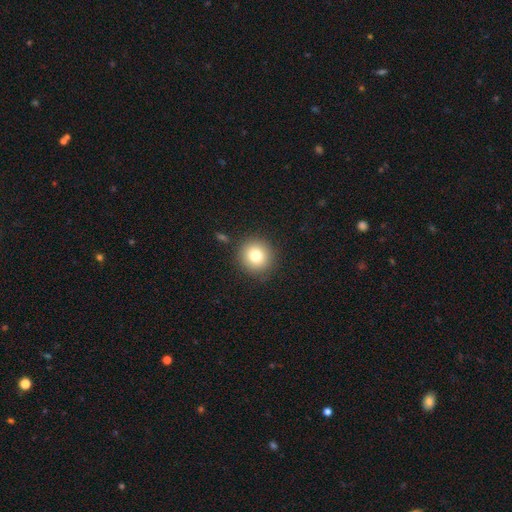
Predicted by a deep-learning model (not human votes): Q: Smooth or featured?
A: smooth (78%); runner-up: star or artifact (11%)
Q: How rounded?
A: round (93%); runner-up: in between (6%)
Q: Merging?
A: none (88%); runner-up: minor disturbance (7%)